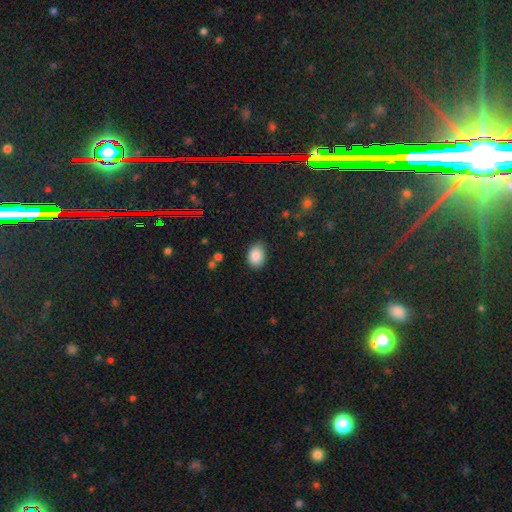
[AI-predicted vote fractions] A smooth galaxy with no disk features (87%) that is in between round and cigar-shaped (73%). Merging: none (80%).